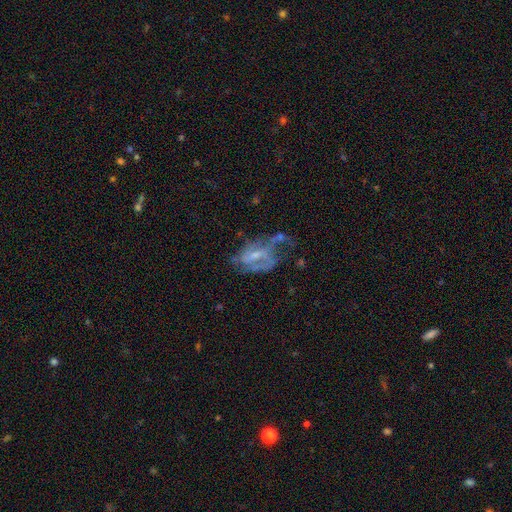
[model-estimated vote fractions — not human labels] smooth_or_featured: featured or disk (p=0.71) [alt: smooth p=0.19]
disk_edge_on: no (p=0.95) [alt: yes p=0.05]
bar: weak (p=0.45) [alt: no p=0.39]
has_spiral_arms: yes (p=0.59) [alt: no p=0.41]
bulge_size: small (p=0.49) [alt: moderate p=0.31]
merging: major disturbance (p=0.40) [alt: none p=0.28]